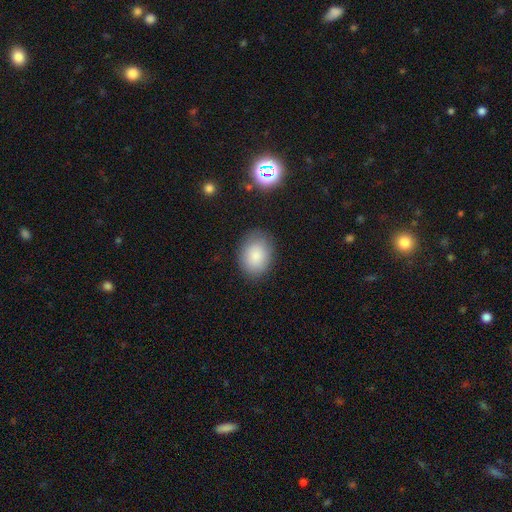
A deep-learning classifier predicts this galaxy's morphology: type=smooth (86%); roundness=in between (68%); merging=none (82%).